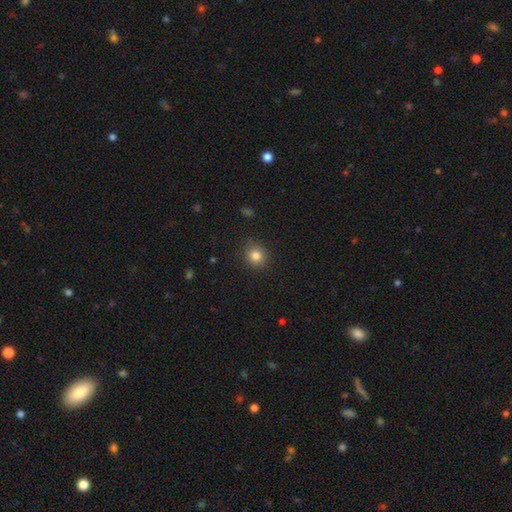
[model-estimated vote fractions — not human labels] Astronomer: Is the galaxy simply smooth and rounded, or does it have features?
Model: smooth — 82%.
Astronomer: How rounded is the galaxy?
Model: round — 87%.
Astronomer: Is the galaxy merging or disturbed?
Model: none — 88%.